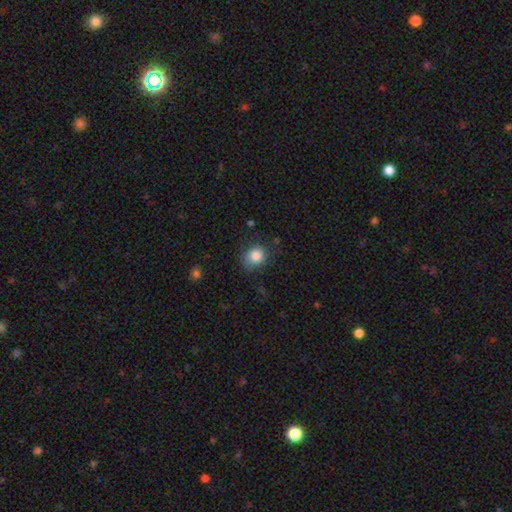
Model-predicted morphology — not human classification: Overall: smooth (83%). How rounded: round (65%; in between 34%). Merging: none (70%).